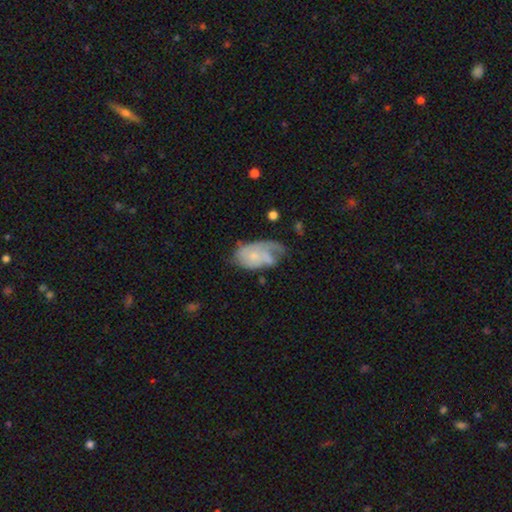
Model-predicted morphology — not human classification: This appears to be a featured or disk galaxy (58%) with no bar (78%), spiral arms (76%) and a small central bulge (66%). Merging: none (33%).